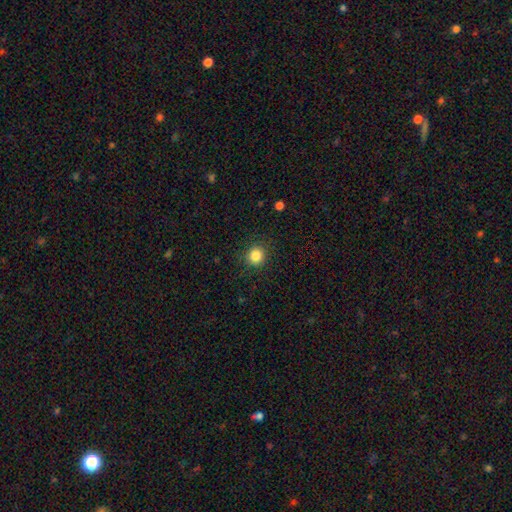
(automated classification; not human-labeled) The model was most divided on "smooth or featured": smooth: 84%, star or artifact: 11%, featured or disk: 5%. More confident: how rounded — round (91%); merging — none (89%).